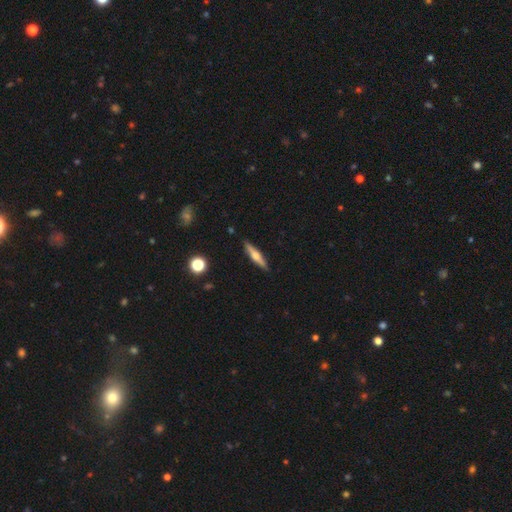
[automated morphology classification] This appears to be a featured or disk galaxy (56%) viewed edge-on (96%) with a rounded central bulge (88%). Merging: none (90%).